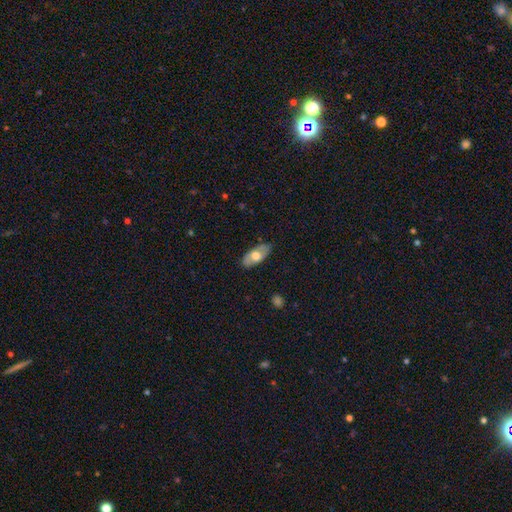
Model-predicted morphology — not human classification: Smooth or featured? Predicted: smooth (p=0.61). How rounded? Predicted: in between (p=0.89). Merging? Predicted: none (p=0.83).